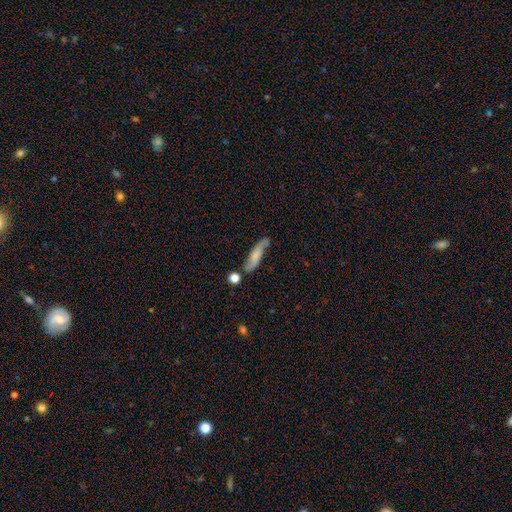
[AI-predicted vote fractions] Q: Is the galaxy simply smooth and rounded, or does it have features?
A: smooth — 50%.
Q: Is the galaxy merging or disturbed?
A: none — 65%.